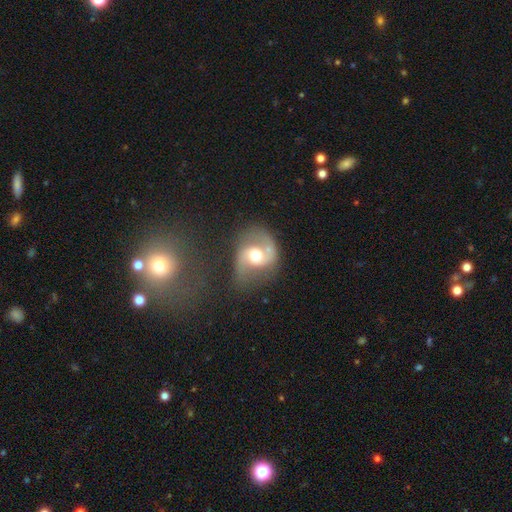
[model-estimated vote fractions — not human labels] The model was most divided on "spiral winding": medium: 49%, loose: 37%, tight: 14%. More confident: edge-on disk — no (98%); spiral arms — yes (93%); spiral arm count — 2 (87%); smooth or featured — featured or disk (80%); bulge size — moderate (70%); merging — none (60%); bar — no (59%).